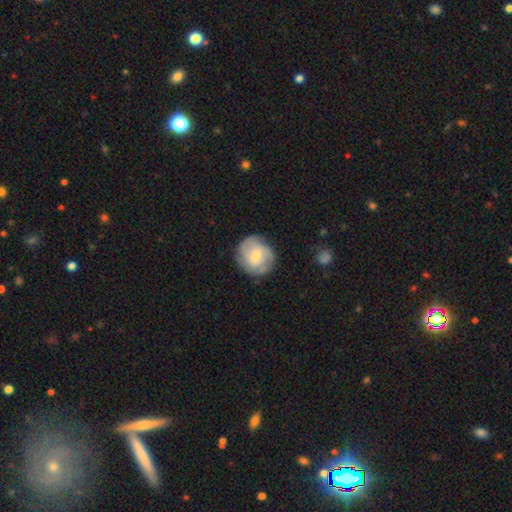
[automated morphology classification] Smooth or featured?
  - featured or disk: 58% *
  - smooth: 35%
  - star or artifact: 6%
Edge-on disk?
  - no: 98% *
  - yes: 2%
Bar?
  - no: 52% *
  - weak: 41%
  - strong: 7%
Spiral arms?
  - yes: 86% *
  - no: 14%
Bulge size?
  - small: 55% *
  - moderate: 40%
  - large: 2%
  - none: 2%
  - dominant: 1%
Merging?
  - none: 78% *
  - minor disturbance: 16%
  - major disturbance: 5%
  - merger: 1%